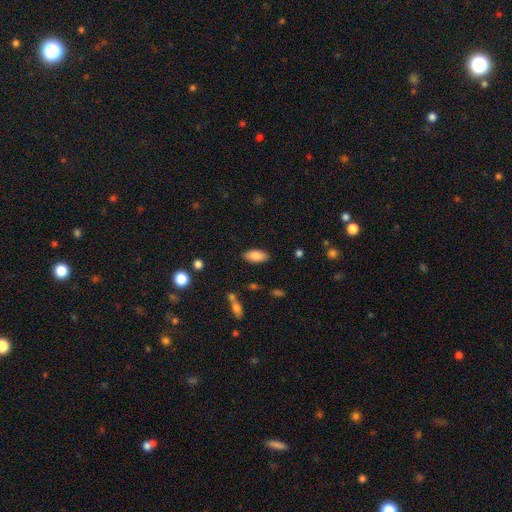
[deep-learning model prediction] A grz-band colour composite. It shows a smooth galaxy with no disk features (85%) that is in between round and cigar-shaped (89%). Merging: none (86%).